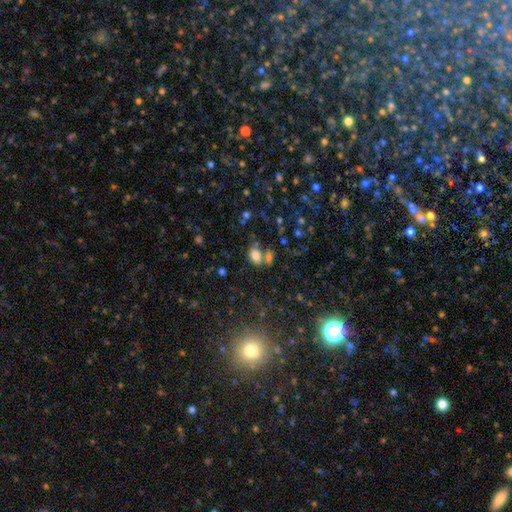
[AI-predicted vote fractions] Overall: smooth (80%). How rounded: in between (85%). Merging: none (56%; merger 25%).